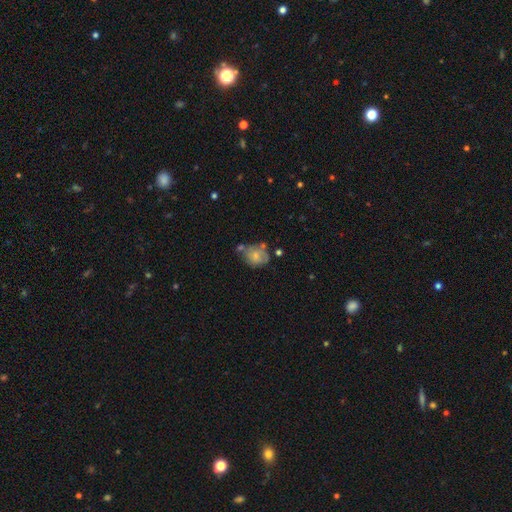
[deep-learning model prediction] Smooth or featured: smooth — 60% (featured or disk — 31%)
How rounded: round — 51% (in between — 48%)
Merging: none — 40% (minor disturbance — 27%)